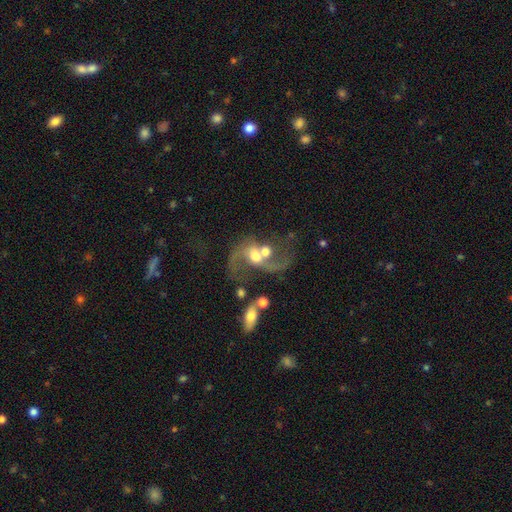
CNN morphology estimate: Smooth or featured: featured or disk — 70% (smooth — 20%)
Edge-on disk: no — 97% (yes — 3%)
Bar: no — 59% (weak — 31%)
Spiral arms: yes — 82% (no — 18%)
Spiral winding: loose — 69% (medium — 26%)
Spiral arm count: 2 — 76% (1 — 15%)
Bulge size: moderate — 50% (large — 29%)
Merging: merger — 61% (none — 17%)